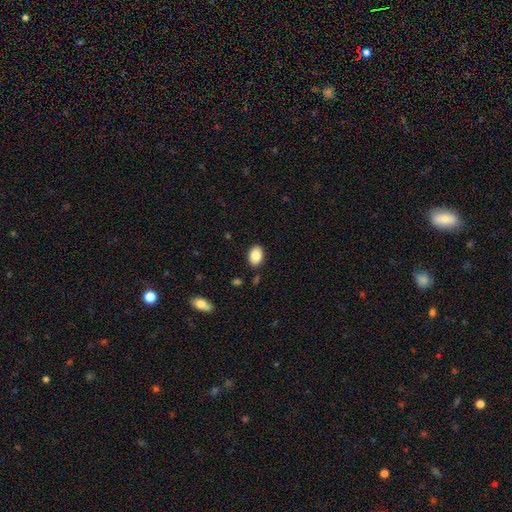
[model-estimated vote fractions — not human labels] A smooth galaxy with no disk features (88%) that is in between round and cigar-shaped (87%). Merging: none (86%).